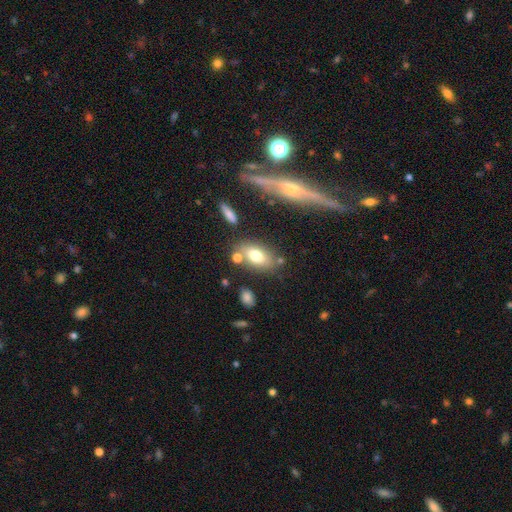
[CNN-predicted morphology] A smooth galaxy with no disk features (74%) that is in between round and cigar-shaped (87%).

Vote fractions:
- Smooth or featured? smooth: 74% / featured or disk: 17% / star or artifact: 9%
- How rounded? in between: 87% / round: 9% / cigar-shaped: 4%
- Merging? none: 68% / minor disturbance: 14% / merger: 13% / major disturbance: 5%